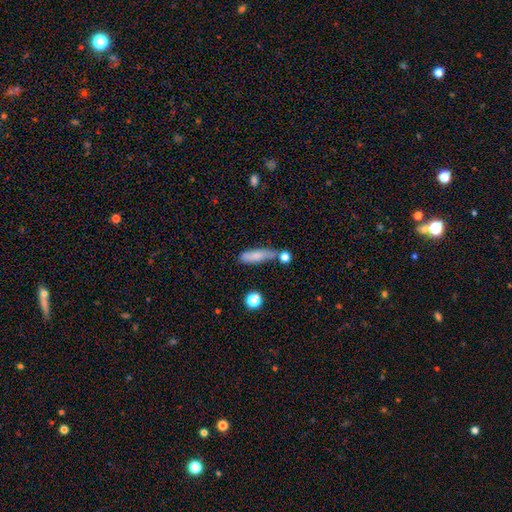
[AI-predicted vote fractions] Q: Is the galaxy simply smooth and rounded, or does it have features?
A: smooth — 76%.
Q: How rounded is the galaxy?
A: cigar-shaped — 63%.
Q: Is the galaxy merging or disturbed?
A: none — 55%.